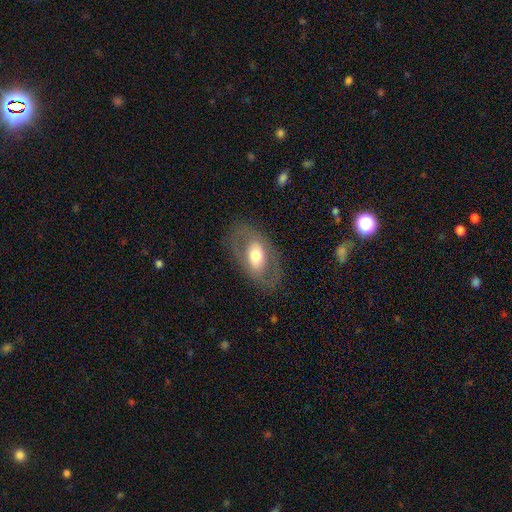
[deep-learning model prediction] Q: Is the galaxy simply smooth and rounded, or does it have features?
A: featured or disk — 51%.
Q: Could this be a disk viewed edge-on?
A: no — 89%.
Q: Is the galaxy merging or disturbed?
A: none — 78%.